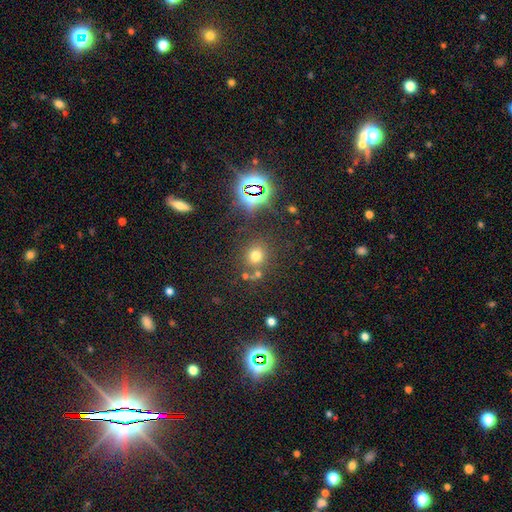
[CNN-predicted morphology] Q: Smooth or featured?
A: smooth (64%); runner-up: star or artifact (27%)
Q: How rounded?
A: round (87%); runner-up: in between (12%)
Q: Merging?
A: none (73%); runner-up: merger (11%)